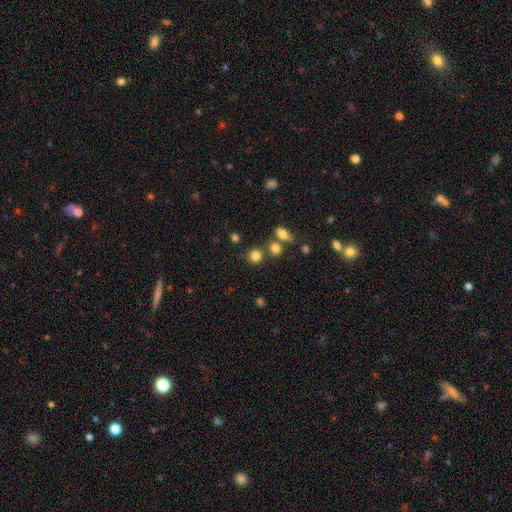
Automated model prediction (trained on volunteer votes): Smooth or featured?
  - smooth: 81% *
  - star or artifact: 13%
  - featured or disk: 6%
How rounded?
  - round: 85% *
  - in between: 14%
  - cigar-shaped: 1%
Merging?
  - none: 71% *
  - merger: 16%
  - minor disturbance: 9%
  - major disturbance: 4%